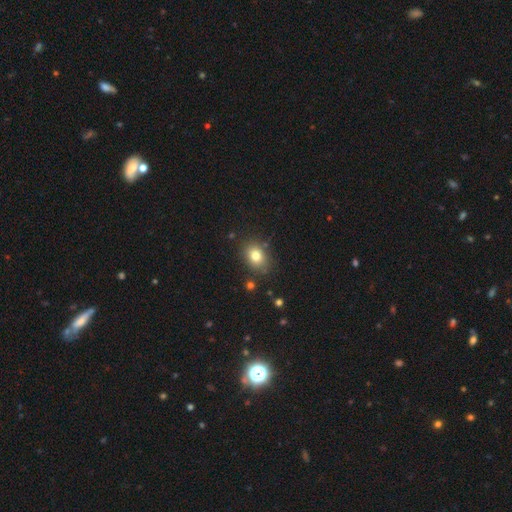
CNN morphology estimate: This appears to be a smooth galaxy with no disk features (79%) that is in between round and cigar-shaped (60%). Merging: none (81%).